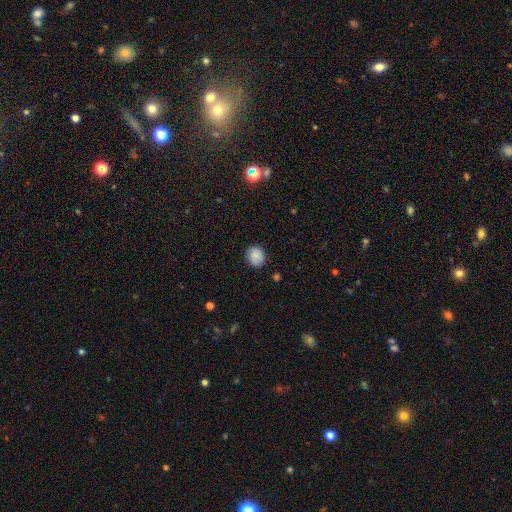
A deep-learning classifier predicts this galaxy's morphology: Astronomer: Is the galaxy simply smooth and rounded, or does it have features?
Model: smooth — 82%.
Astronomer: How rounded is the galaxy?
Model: round — 69%.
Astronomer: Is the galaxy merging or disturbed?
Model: none — 84%.